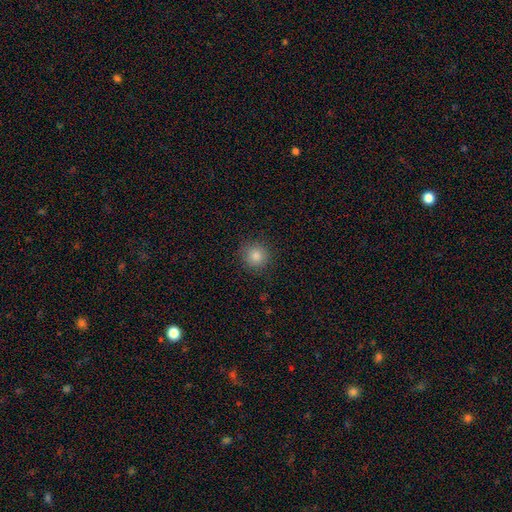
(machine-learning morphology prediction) Smooth or featured?
  - smooth: 83% *
  - star or artifact: 12%
  - featured or disk: 5%
How rounded?
  - round: 94% *
  - in between: 5%
  - cigar-shaped: 1%
Merging?
  - none: 89% *
  - minor disturbance: 7%
  - major disturbance: 2%
  - merger: 1%